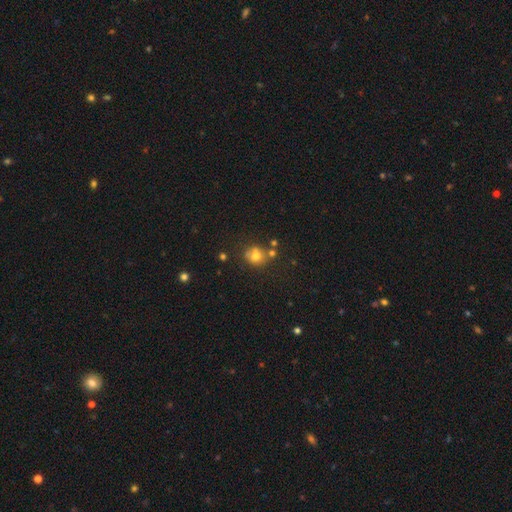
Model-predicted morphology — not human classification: Smooth or featured? Predicted: smooth (p=0.69). How rounded? Predicted: round (p=0.79). Merging? Predicted: none (p=0.57).